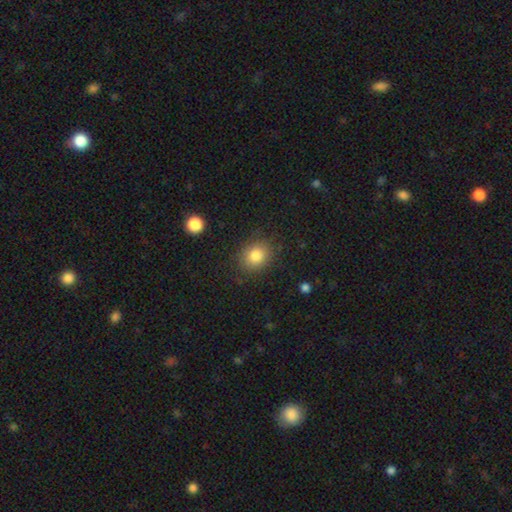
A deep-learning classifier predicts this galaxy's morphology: smooth-or-featured: smooth: 83% | star or artifact: 10% | featured or disk: 7%
  how-rounded: round: 62% | in between: 37% | cigar-shaped: 1%
  merging: none: 85% | minor disturbance: 10% | major disturbance: 3% | merger: 1%